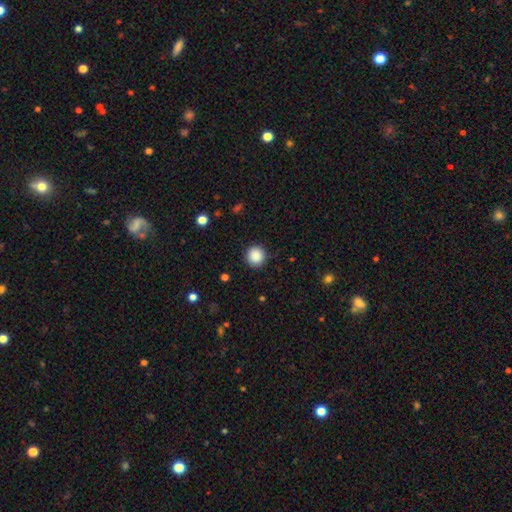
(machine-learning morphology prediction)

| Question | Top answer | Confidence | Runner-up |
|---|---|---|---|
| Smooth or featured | smooth | 88% | star or artifact (10%) |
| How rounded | round | 93% | in between (6%) |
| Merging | none | 90% | minor disturbance (7%) |